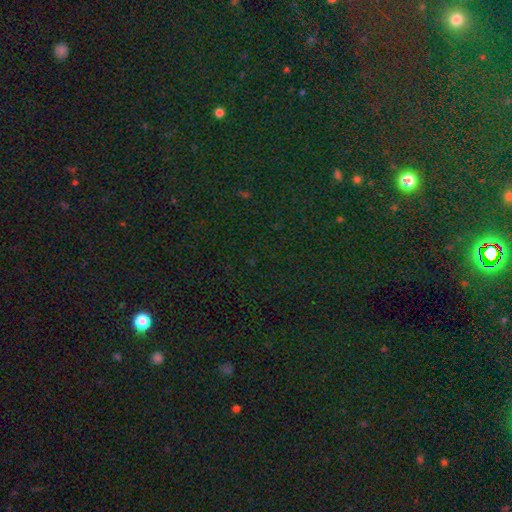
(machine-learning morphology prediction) type=star or artifact (79%).